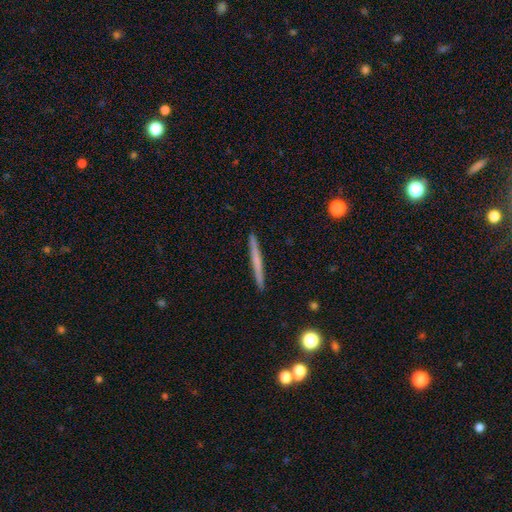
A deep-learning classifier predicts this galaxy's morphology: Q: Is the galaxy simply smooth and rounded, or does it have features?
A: smooth — 48%.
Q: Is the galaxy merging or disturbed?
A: none — 92%.